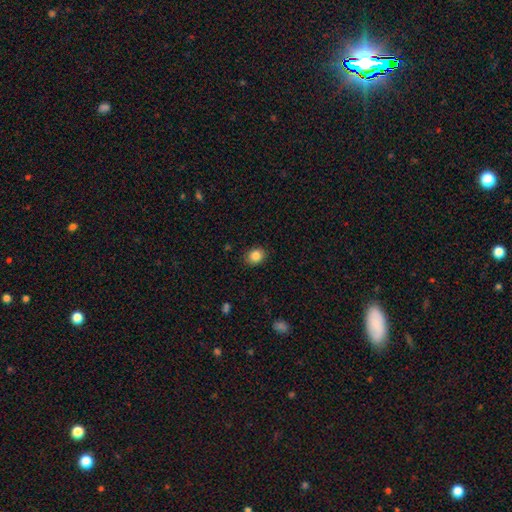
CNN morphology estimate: Q: Smooth or featured?
A: smooth (85%); runner-up: star or artifact (10%)
Q: How rounded?
A: round (56%); runner-up: in between (43%)
Q: Merging?
A: none (88%); runner-up: minor disturbance (9%)